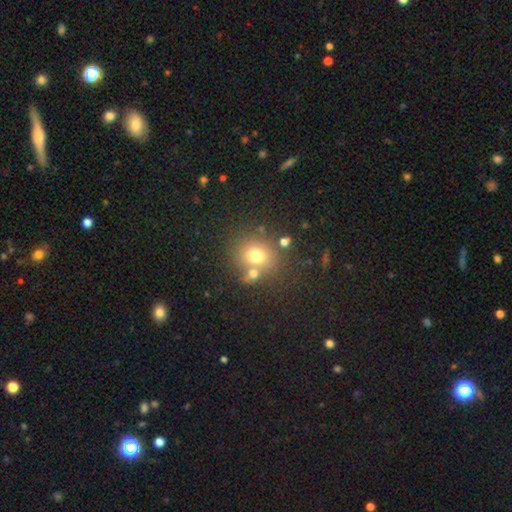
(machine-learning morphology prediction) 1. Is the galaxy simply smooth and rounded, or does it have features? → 71% smooth, 16% star or artifact, 14% featured or disk.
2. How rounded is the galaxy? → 76% round, 23% in between, 1% cigar-shaped.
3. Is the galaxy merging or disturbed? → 62% none, 23% merger, 11% minor disturbance, 5% major disturbance.